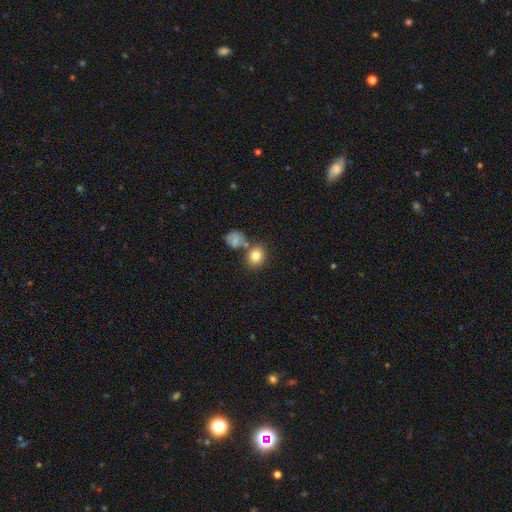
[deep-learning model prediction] The model was most divided on "how rounded": round: 57%, in between: 42%, cigar-shaped: 1%. More confident: smooth or featured — smooth (81%); merging — none (62%).